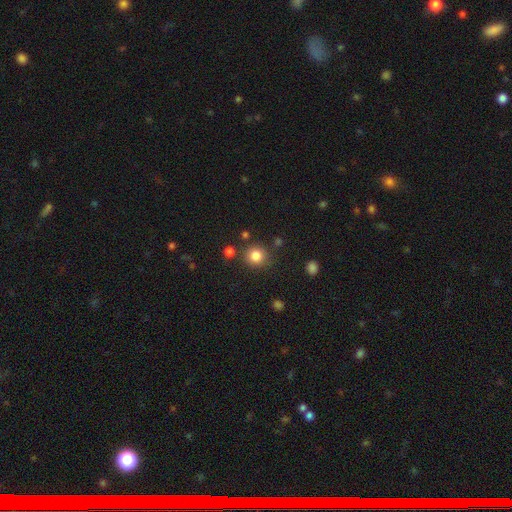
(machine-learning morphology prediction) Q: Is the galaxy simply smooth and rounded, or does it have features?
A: smooth — 84%.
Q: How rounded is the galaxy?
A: round — 90%.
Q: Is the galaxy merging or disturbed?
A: none — 82%.